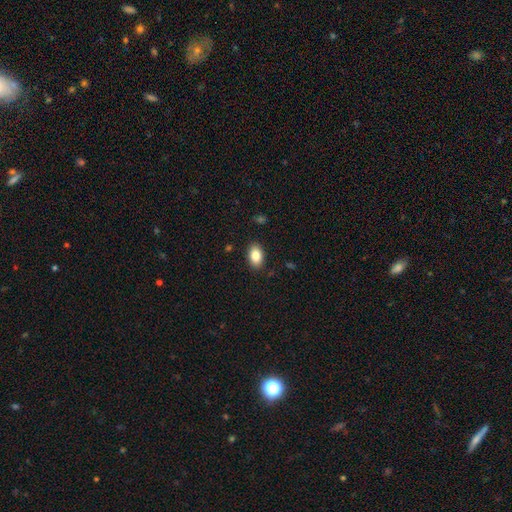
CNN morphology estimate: smooth-or-featured: smooth: 86% | star or artifact: 8% | featured or disk: 7%
  how-rounded: in between: 89% | round: 10% | cigar-shaped: 1%
  merging: none: 88% | minor disturbance: 9% | major disturbance: 2% | merger: 1%